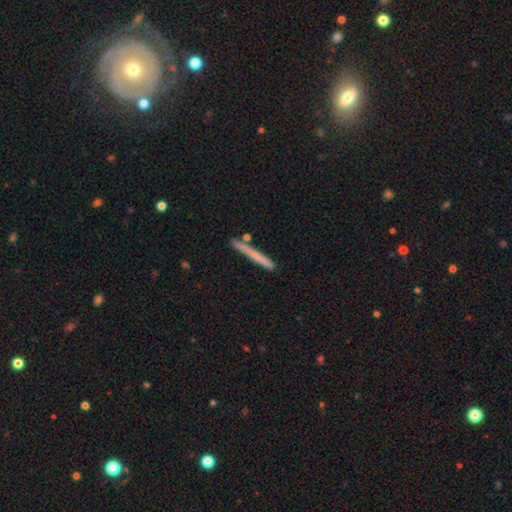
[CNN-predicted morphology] Q: Smooth or featured?
A: smooth (61%); runner-up: featured or disk (33%)
Q: How rounded?
A: cigar-shaped (97%); runner-up: in between (2%)
Q: Merging?
A: none (87%); runner-up: minor disturbance (8%)